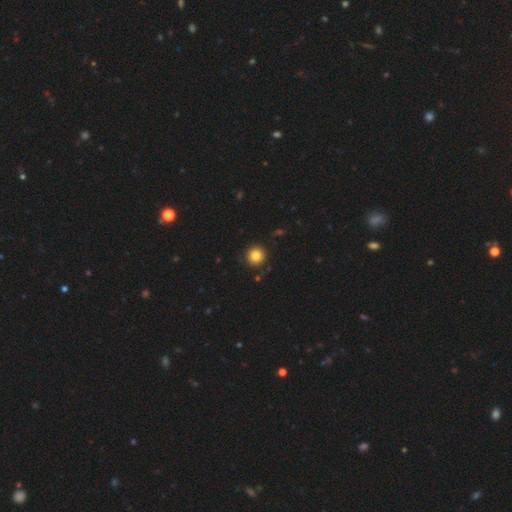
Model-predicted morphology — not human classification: Smooth or featured?
  - smooth: 83% *
  - star or artifact: 11%
  - featured or disk: 7%
How rounded?
  - round: 94% *
  - in between: 5%
  - cigar-shaped: 1%
Merging?
  - none: 89% *
  - minor disturbance: 7%
  - major disturbance: 2%
  - merger: 2%